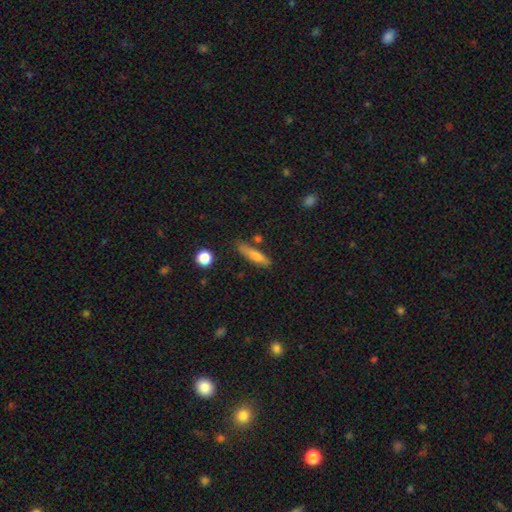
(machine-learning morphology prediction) This is likely a smooth galaxy (71%). How rounded: clearly cigar-shaped (82%). Merging: likely none (73%).